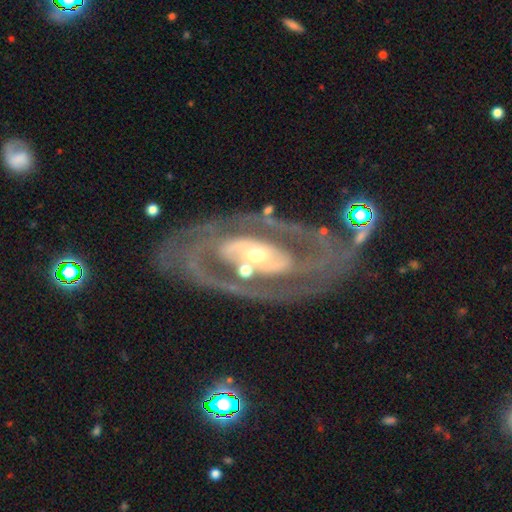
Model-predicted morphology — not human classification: Overall: featured or disk (88%). Edge-on disk: no (94%). Bar: no (45%; strong 29%). Spiral arms: yes (82%). Spiral arm count: 2 (71%). Spiral winding: tight (54%; medium 35%). Bulge size: moderate (49%; small 41%). Merging: none (72%).